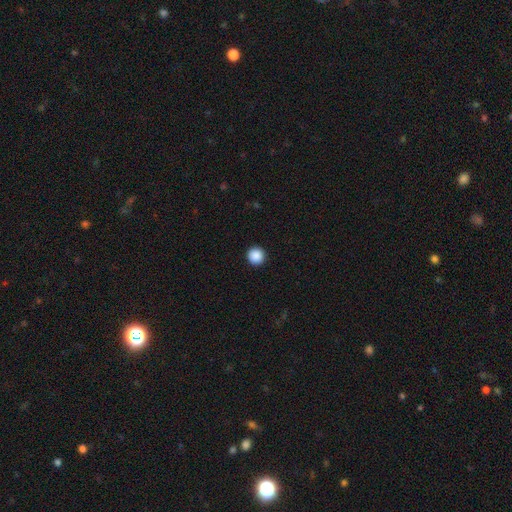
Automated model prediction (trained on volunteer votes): Morphology: type=smooth (89%); roundness=round (96%); merging=none (94%).